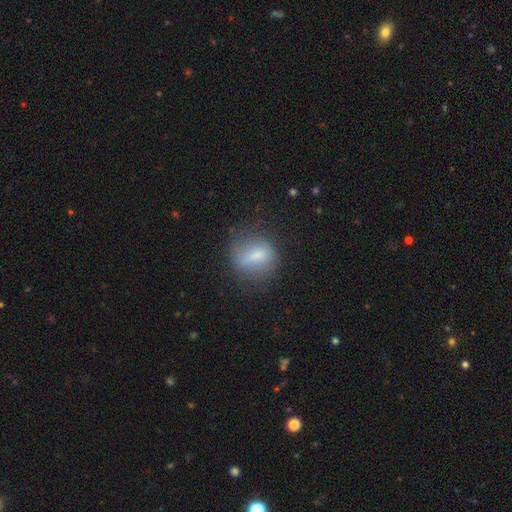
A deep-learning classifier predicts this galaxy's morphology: Overall: smooth (65%; featured or disk 25%). How rounded: round (54%; in between 41%). Merging: none (67%).